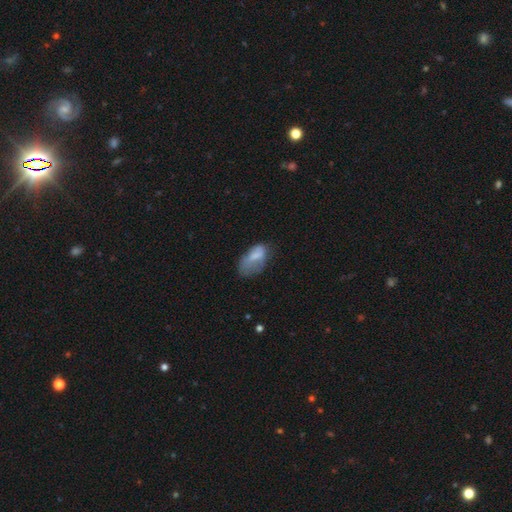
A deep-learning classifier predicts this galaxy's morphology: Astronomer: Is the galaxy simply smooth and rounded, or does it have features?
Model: smooth — 66%.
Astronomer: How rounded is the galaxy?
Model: in between — 92%.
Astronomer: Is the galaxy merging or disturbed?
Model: none — 35% (runner-up: minor disturbance, 34%).